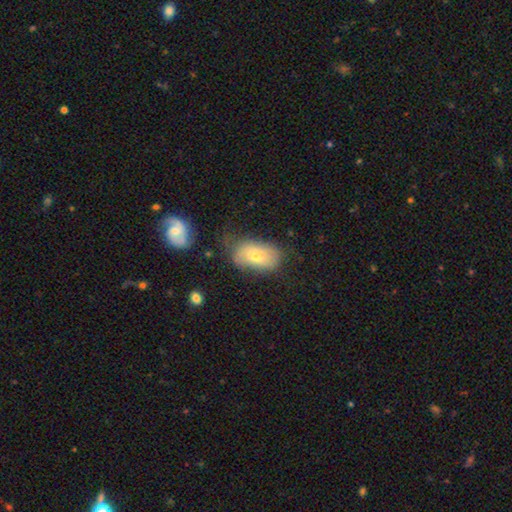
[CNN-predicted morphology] The model was most divided on "merging": none: 51%, minor disturbance: 31%, major disturbance: 13%, merger: 5%. More confident: how rounded — in between (89%); smooth or featured — smooth (62%).